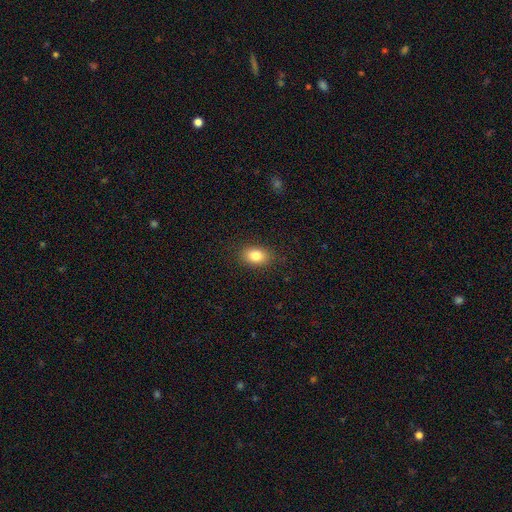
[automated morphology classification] Overall: smooth (83%). How rounded: in between (79%). Merging: none (87%).